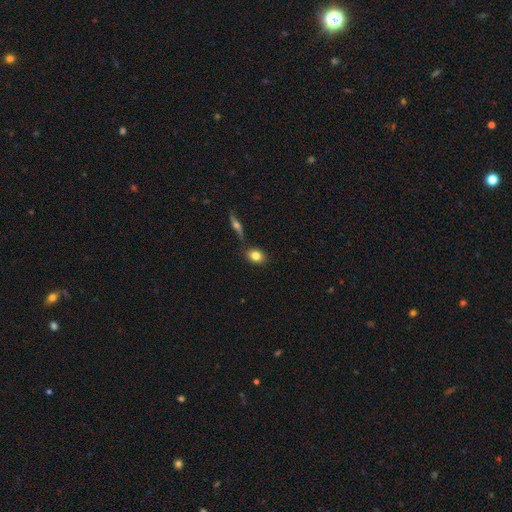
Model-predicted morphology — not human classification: Smooth or featured? Predicted: smooth (p=0.81). How rounded? Predicted: in between (p=0.58). Merging? Predicted: none (p=0.76).